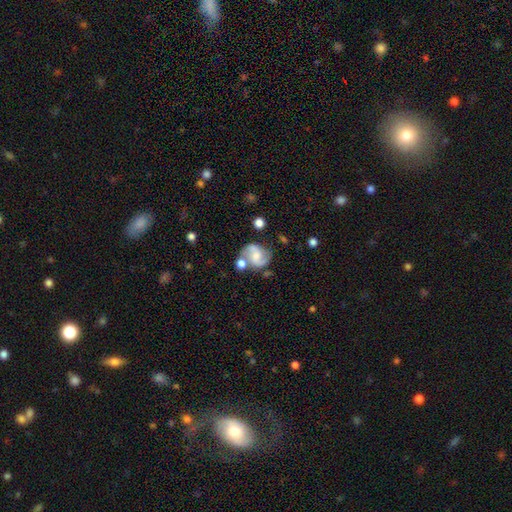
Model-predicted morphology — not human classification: featured or disk 78%, smooth 16%, star or artifact 7%. Down the decision tree: edge-on disk — no (98%); bar — no (45%); spiral arms — yes (94%); spiral arm count — 2 (91%); spiral winding — medium (51%); bulge size — moderate (39%); merging — none (59%).